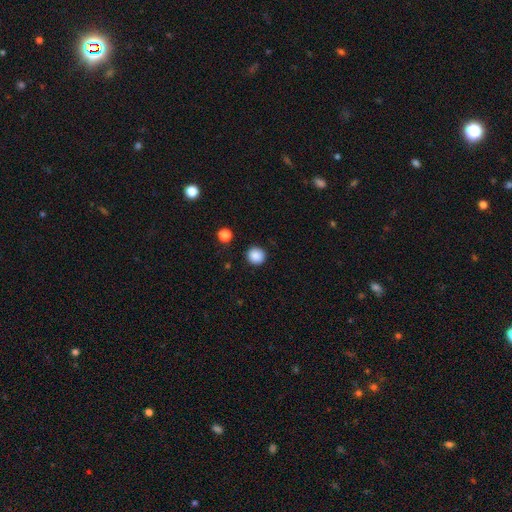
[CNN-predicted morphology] The model was most divided on "smooth or featured": smooth: 88%, star or artifact: 9%, featured or disk: 3%. More confident: how rounded — round (93%); merging — none (91%).